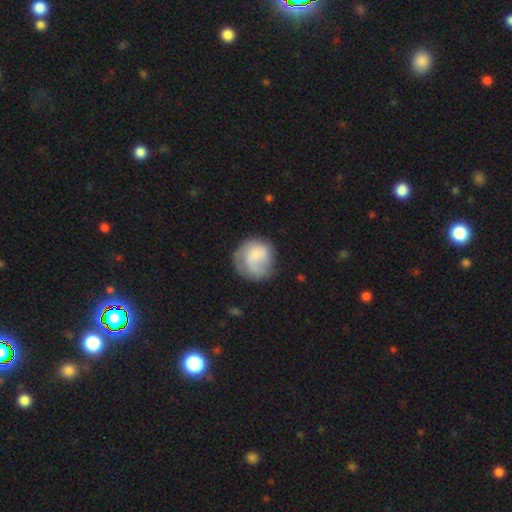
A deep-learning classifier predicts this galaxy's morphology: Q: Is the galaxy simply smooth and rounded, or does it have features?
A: smooth — 57%.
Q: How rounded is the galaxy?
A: round — 87%.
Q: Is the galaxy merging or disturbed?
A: none — 56%.